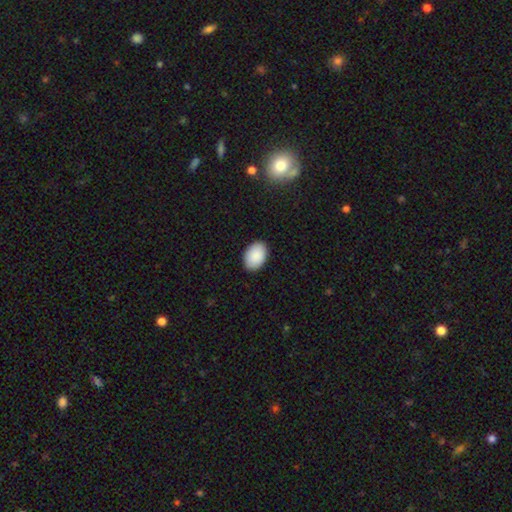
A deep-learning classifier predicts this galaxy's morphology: type=smooth (90%); roundness=in between (88%); merging=none (89%).